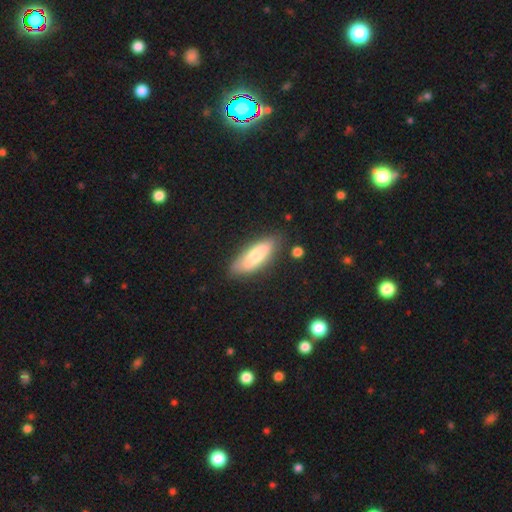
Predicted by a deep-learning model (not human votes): A smooth galaxy with no disk features (68%) that is in between round and cigar-shaped (60%). Merging: none (79%).